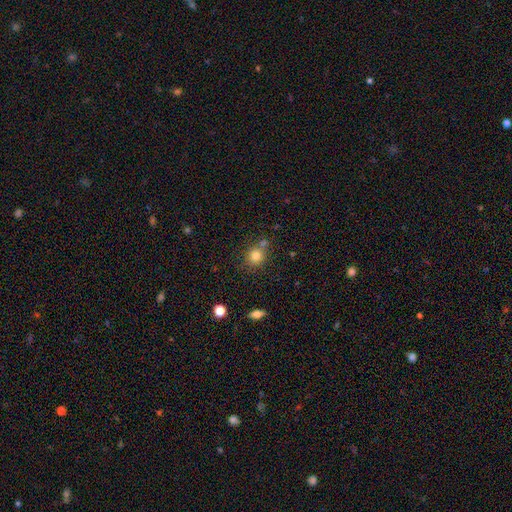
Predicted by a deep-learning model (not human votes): A smooth galaxy with no disk features (80%) that is round (83%).

Vote fractions:
- Smooth or featured? smooth: 80% / star or artifact: 12% / featured or disk: 7%
- How rounded? round: 83% / in between: 16% / cigar-shaped: 1%
- Merging? none: 67% / merger: 17% / minor disturbance: 12% / major disturbance: 4%